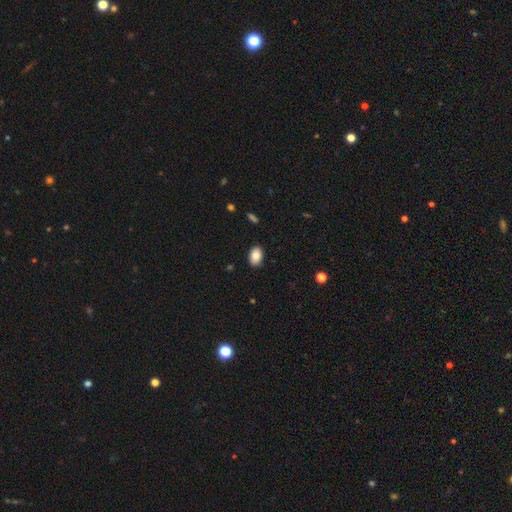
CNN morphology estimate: Overall: smooth (86%). How rounded: in between (88%). Merging: none (88%).